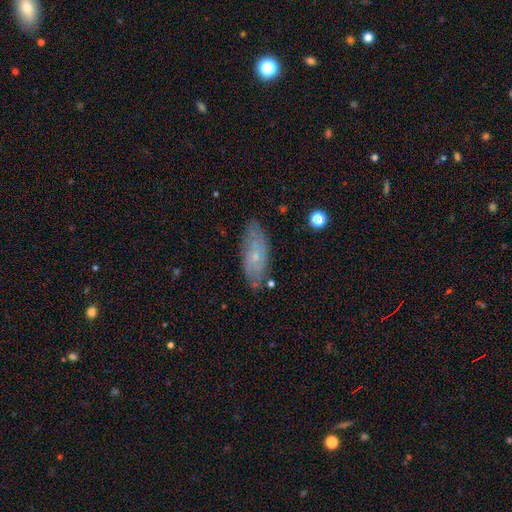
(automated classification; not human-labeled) smooth_or_featured: featured or disk (p=0.54) [alt: smooth p=0.38]
disk_edge_on: no (p=0.84) [alt: yes p=0.16]
merging: none (p=0.78) [alt: minor disturbance p=0.16]